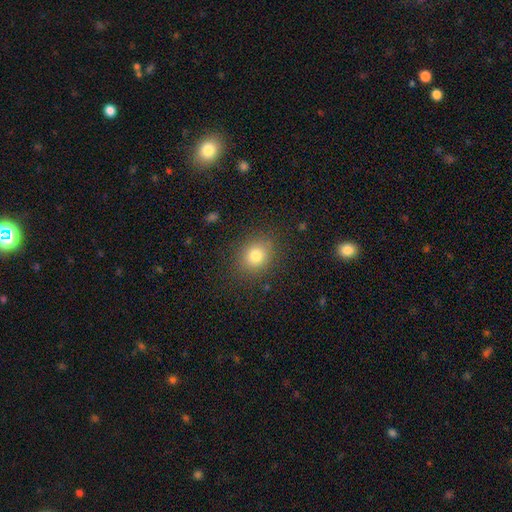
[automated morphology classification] Smooth or featured? Predicted: smooth (p=0.79). How rounded? Predicted: round (p=0.66). Merging? Predicted: none (p=0.86).